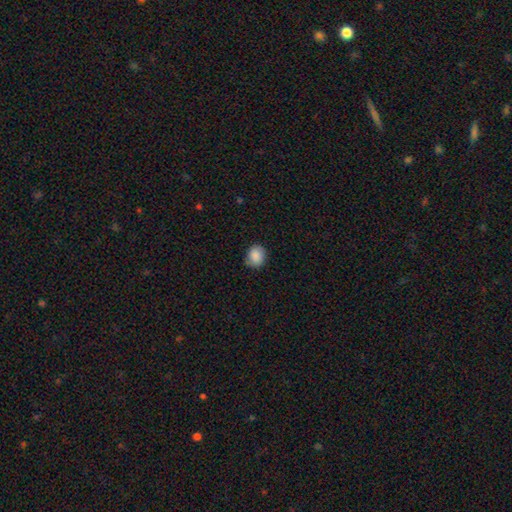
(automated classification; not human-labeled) smooth-or-featured: smooth: 88% | star or artifact: 8% | featured or disk: 4%
  how-rounded: round: 65% | in between: 34% | cigar-shaped: 1%
  merging: none: 78% | minor disturbance: 17% | major disturbance: 3% | merger: 1%